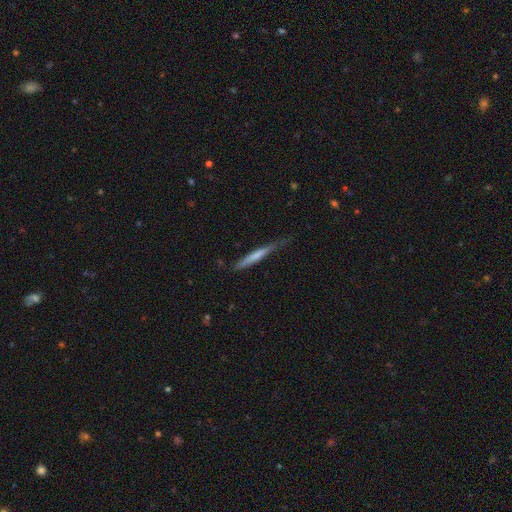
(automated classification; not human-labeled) This is possibly a smooth galaxy (60%). How rounded: clearly cigar-shaped (96%). Merging: likely none (68%).